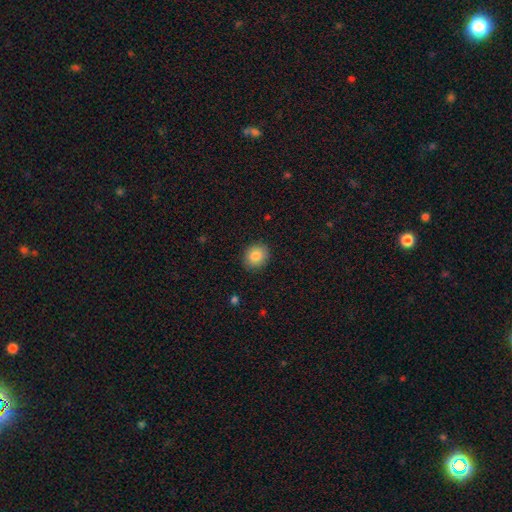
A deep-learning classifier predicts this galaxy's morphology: Smooth or featured: smooth — 85% (star or artifact — 8%)
How rounded: round — 66% (in between — 33%)
Merging: none — 89% (minor disturbance — 8%)